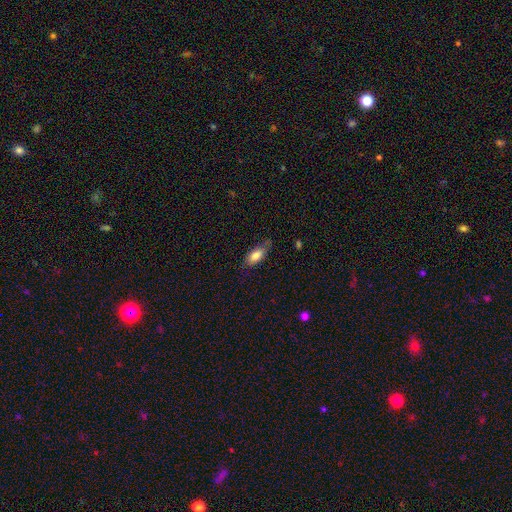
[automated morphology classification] A smooth galaxy with no disk features (79%) that is in between round and cigar-shaped (82%).

Vote fractions:
- Smooth or featured? smooth: 79% / featured or disk: 14% / star or artifact: 7%
- How rounded? in between: 82% / cigar-shaped: 15% / round: 3%
- Merging? none: 64% / minor disturbance: 28% / major disturbance: 6% / merger: 2%